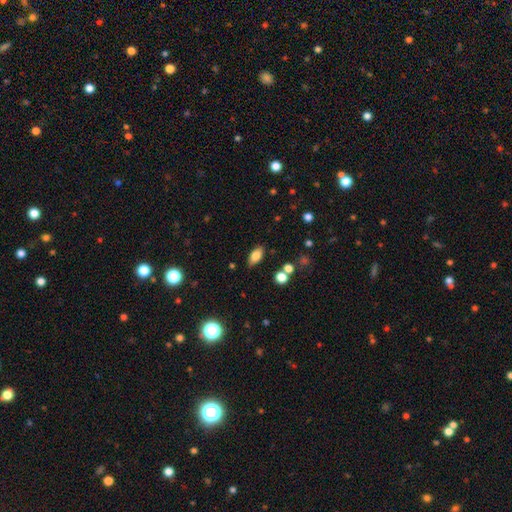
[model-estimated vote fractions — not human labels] smooth_or_featured: smooth (p=0.77) [alt: featured or disk p=0.14]
how_rounded: in between (p=0.88) [alt: cigar-shaped p=0.07]
merging: none (p=0.82) [alt: minor disturbance p=0.12]